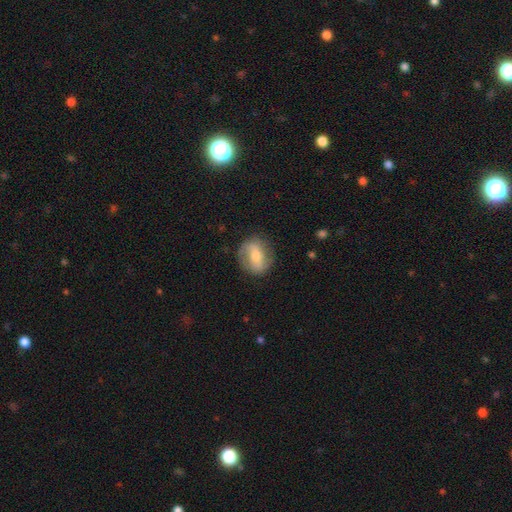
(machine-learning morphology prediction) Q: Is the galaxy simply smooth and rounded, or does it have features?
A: featured or disk — 56%.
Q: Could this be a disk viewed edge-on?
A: no — 94%.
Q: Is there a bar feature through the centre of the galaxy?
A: weak — 38%.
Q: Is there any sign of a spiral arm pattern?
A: yes — 76%.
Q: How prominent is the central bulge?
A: moderate — 54%.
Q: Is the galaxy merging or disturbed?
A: none — 81%.